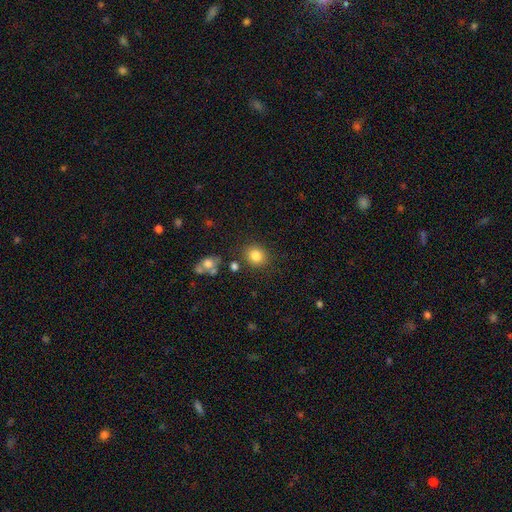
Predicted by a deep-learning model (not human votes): This appears to be a smooth galaxy with no disk features (83%) that is round (79%). Merging: none (83%).